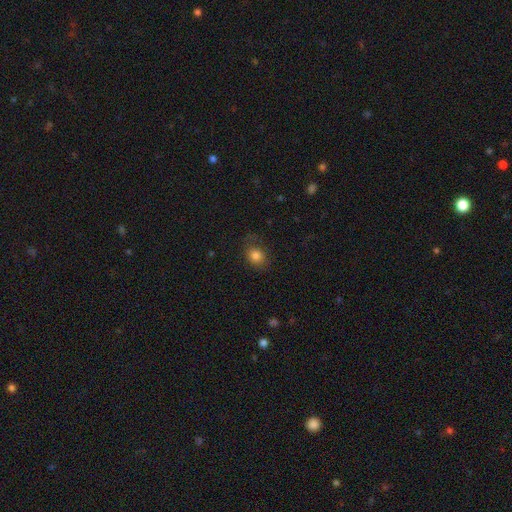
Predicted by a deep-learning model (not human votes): Overall: smooth (80%). How rounded: round (59%; in between 40%). Merging: none (71%).